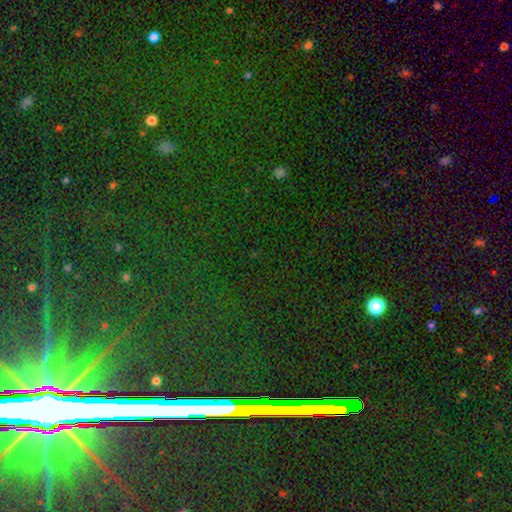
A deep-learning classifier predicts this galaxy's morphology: This appears to be a star or artifact, not a galaxy (79%).